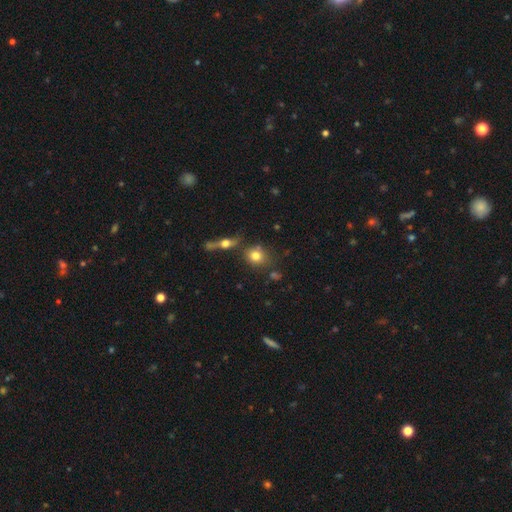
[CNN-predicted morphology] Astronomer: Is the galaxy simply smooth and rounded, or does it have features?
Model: smooth — 75%.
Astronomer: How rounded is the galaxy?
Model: round — 71%.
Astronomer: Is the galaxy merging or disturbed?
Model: none — 67%.